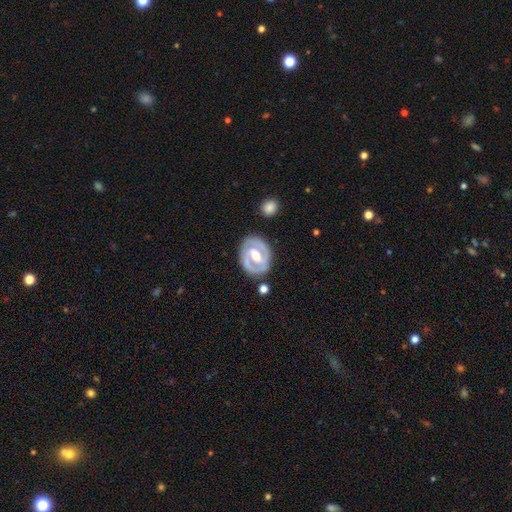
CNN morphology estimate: featured or disk 83%, smooth 13%, star or artifact 4%. Down the decision tree: edge-on disk — no (97%); bar — weak (40%); spiral arms — yes (81%); spiral arm count — 2 (85%); spiral winding — tight (57%); bulge size — moderate (71%); merging — none (82%).